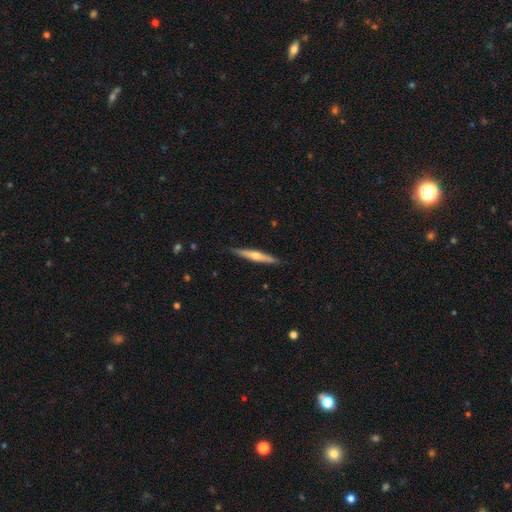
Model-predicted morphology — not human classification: A featured or disk galaxy (48%). Merging: none (88%).